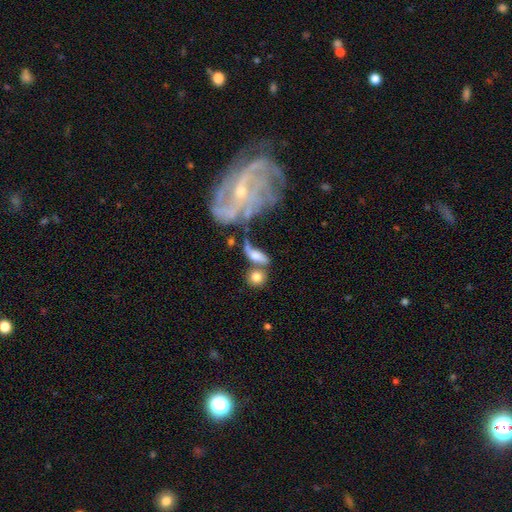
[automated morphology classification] smooth 55%, featured or disk 34%, star or artifact 11%. Down the decision tree: how rounded — in between (59%); merging — merger (37%).